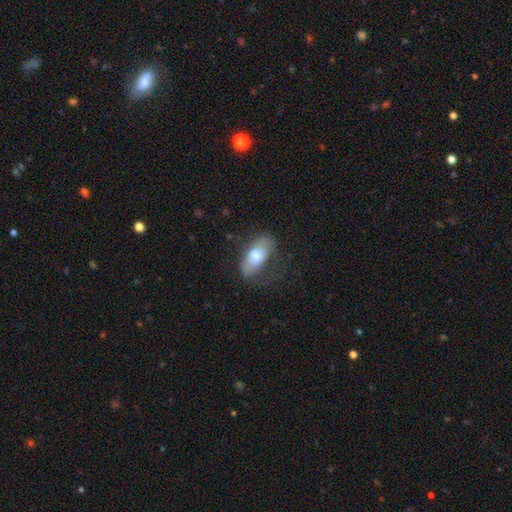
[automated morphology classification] Overall: smooth (65%; featured or disk 28%). How rounded: in between (90%). Merging: none (51%; minor disturbance 27%).